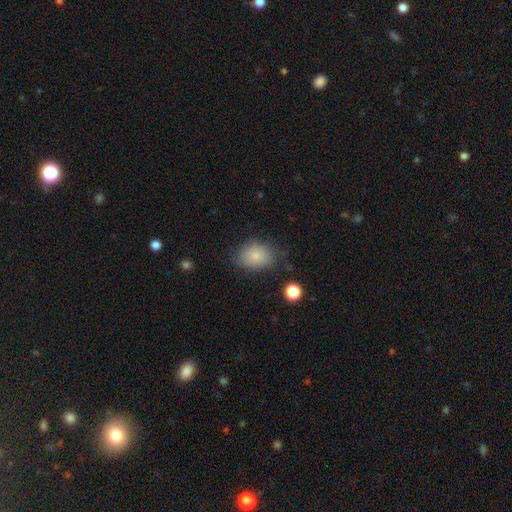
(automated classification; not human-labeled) Smooth or featured?
  - smooth: 83% *
  - featured or disk: 9%
  - star or artifact: 9%
How rounded?
  - in between: 65% *
  - round: 34%
  - cigar-shaped: 1%
Merging?
  - none: 72% *
  - minor disturbance: 20%
  - major disturbance: 6%
  - merger: 2%